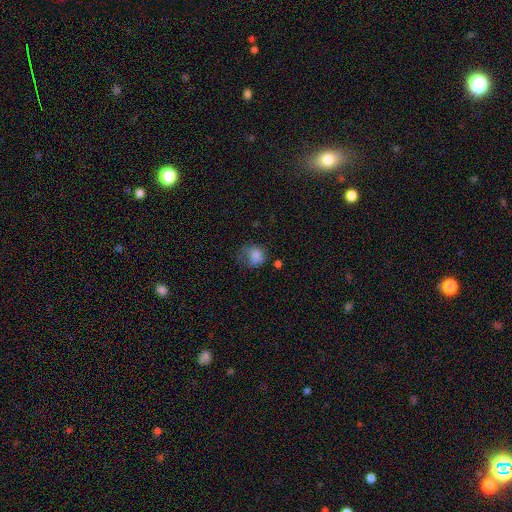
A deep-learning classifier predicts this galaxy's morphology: smooth_or_featured: smooth (p=0.78) [alt: star or artifact p=0.12]
how_rounded: round (p=0.66) [alt: in between p=0.33]
merging: none (p=0.37) [alt: major disturbance p=0.30]